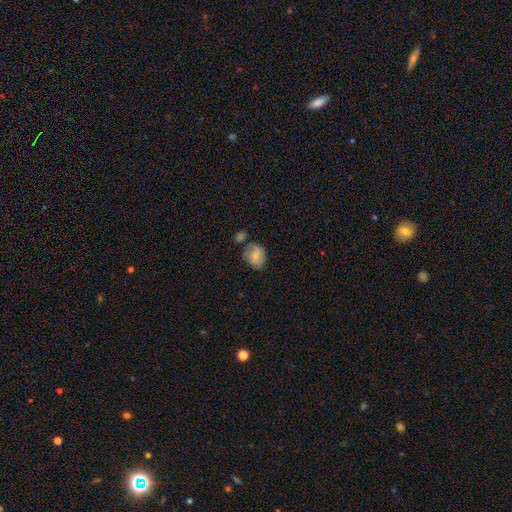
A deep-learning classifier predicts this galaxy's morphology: This is likely a smooth galaxy (60%). How rounded: possibly in between (52%). Merging: possibly none (52%).